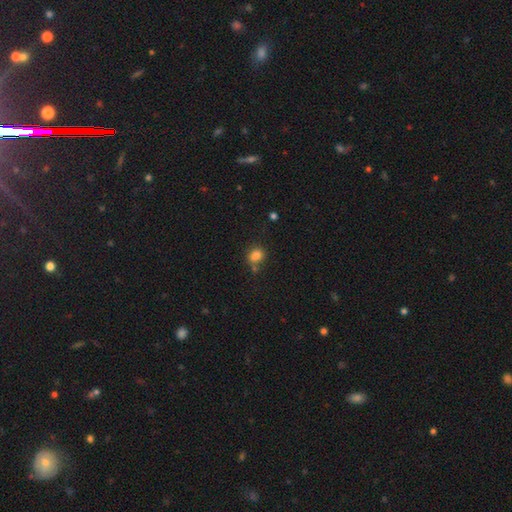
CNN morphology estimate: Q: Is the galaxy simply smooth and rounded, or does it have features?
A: smooth — 82%.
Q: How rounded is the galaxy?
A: round — 53%.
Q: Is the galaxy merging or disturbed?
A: none — 63%.